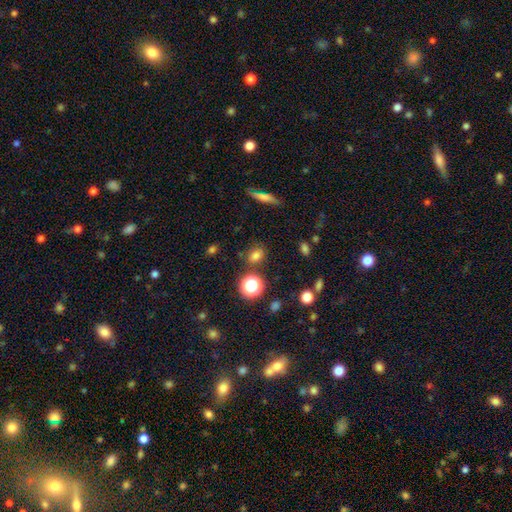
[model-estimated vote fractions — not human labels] Smooth or featured? smooth (75%)
How rounded? in between (53%)
Merging? none (80%)